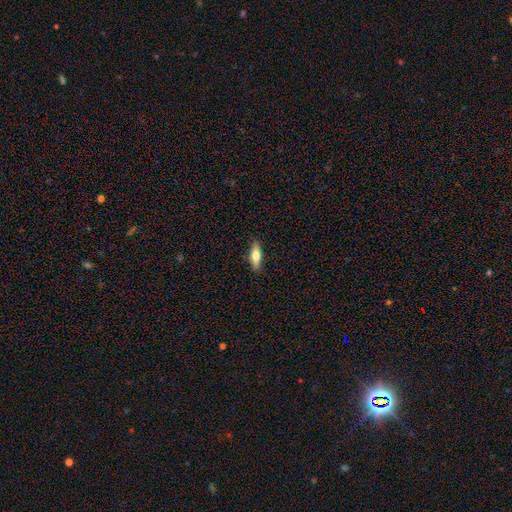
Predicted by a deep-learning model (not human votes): smooth_or_featured: smooth (p=0.58) [alt: featured or disk p=0.36]
how_rounded: cigar-shaped (p=0.51) [alt: in between p=0.46]
merging: none (p=0.88) [alt: minor disturbance p=0.09]